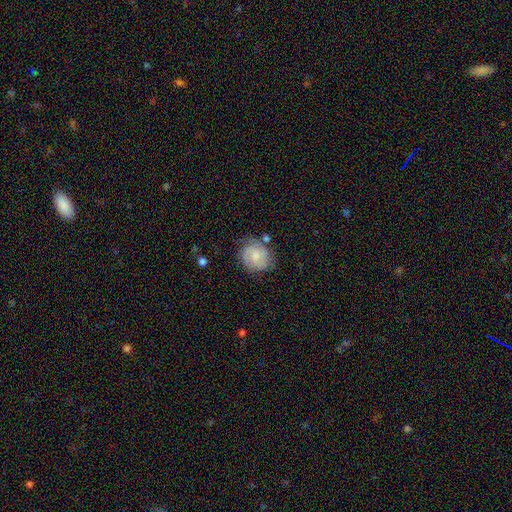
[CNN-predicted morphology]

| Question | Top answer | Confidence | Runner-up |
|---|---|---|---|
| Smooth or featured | featured or disk | 54% | smooth (38%) |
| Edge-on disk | no | 97% | yes (3%) |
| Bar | no | 69% | weak (28%) |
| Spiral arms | yes | 86% | no (14%) |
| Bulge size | moderate | 44% | small (43%) |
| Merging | none | 65% | minor disturbance (23%) |